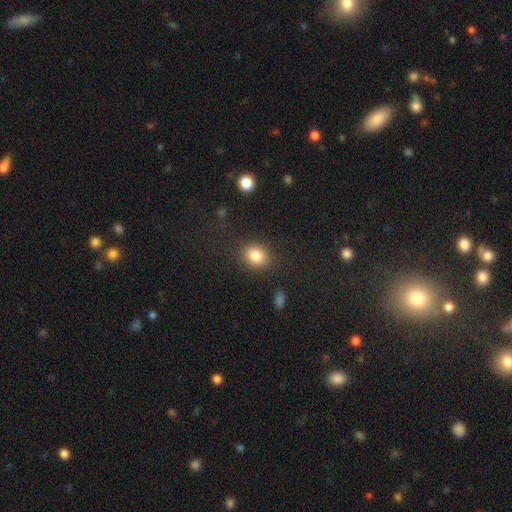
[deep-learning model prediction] Smooth or featured? smooth (85%)
How rounded? round (59%)
Merging? none (85%)